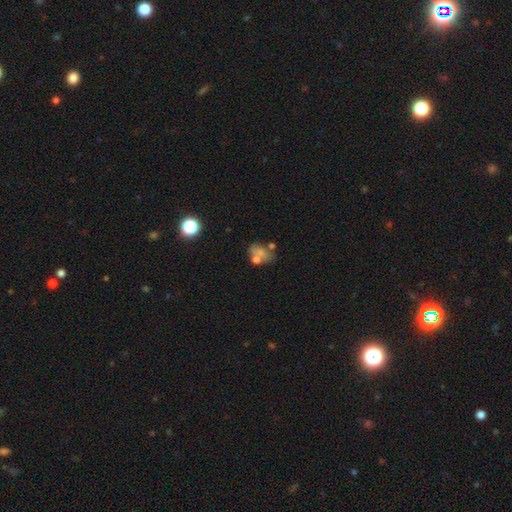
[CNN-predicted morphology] This is possibly a smooth galaxy (53%). How rounded: likely in between (65%). Merging: marginally none (33%).